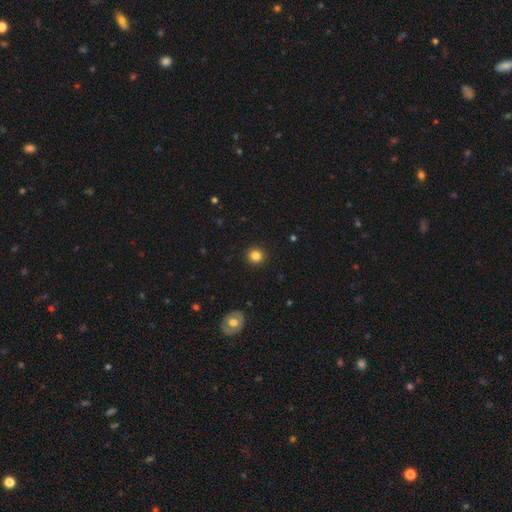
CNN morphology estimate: This is clearly a smooth galaxy (83%). How rounded: clearly round (92%). Merging: clearly none (92%).